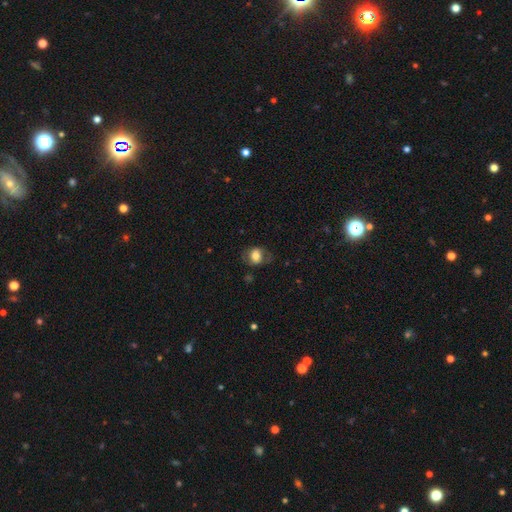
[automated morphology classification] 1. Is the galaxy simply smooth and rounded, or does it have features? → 69% smooth, 23% featured or disk, 8% star or artifact.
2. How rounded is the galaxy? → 59% in between, 40% round, 1% cigar-shaped.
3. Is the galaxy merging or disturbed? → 63% none, 22% minor disturbance, 14% major disturbance, 1% merger.